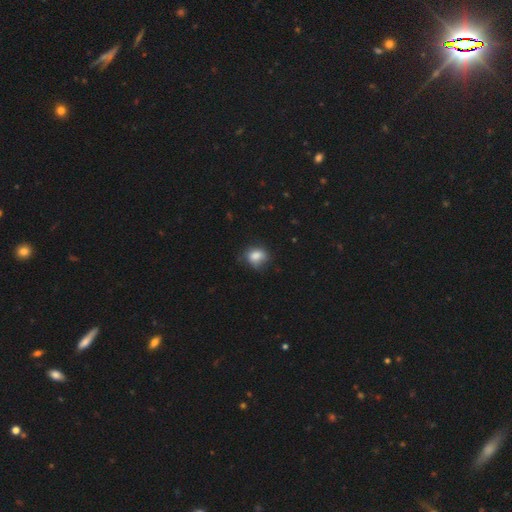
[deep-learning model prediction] Smooth or featured: smooth — 80% (star or artifact — 10%)
How rounded: in between — 53% (round — 46%)
Merging: none — 56% (minor disturbance — 31%)